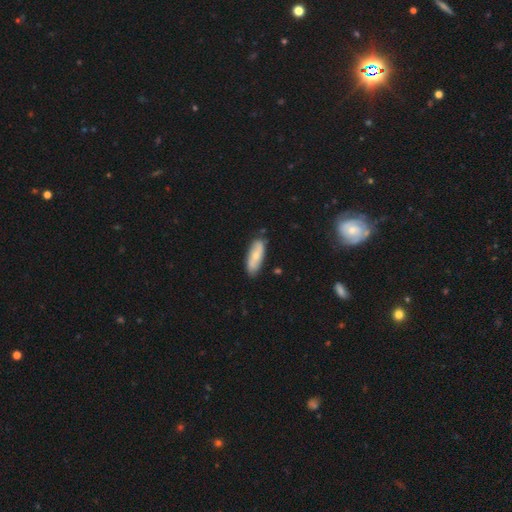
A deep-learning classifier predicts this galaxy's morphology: Overall: smooth (56%; featured or disk 39%). How rounded: in between (64%; cigar-shaped 34%). Merging: none (80%).